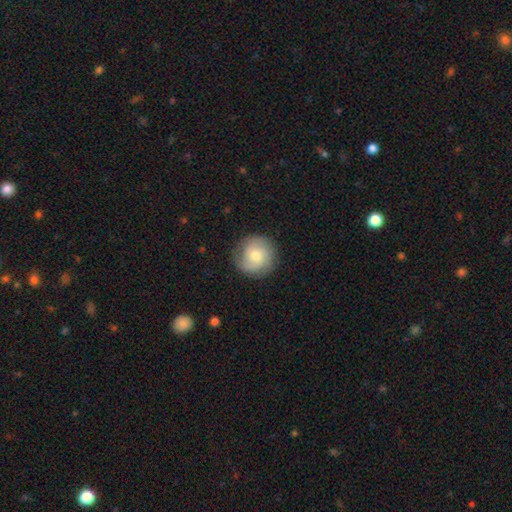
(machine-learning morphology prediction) Overall: smooth (51%; featured or disk 41%). How rounded: round (93%). Merging: none (83%).